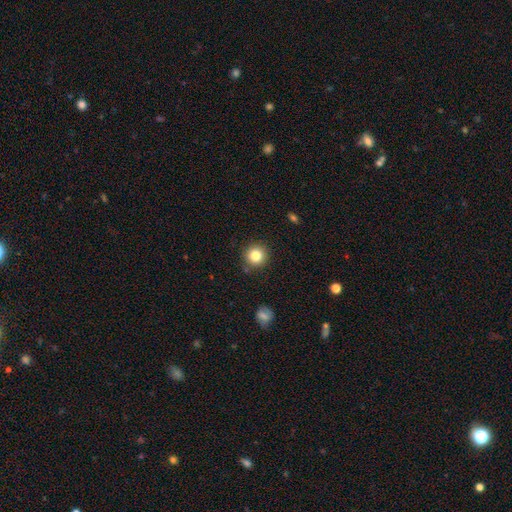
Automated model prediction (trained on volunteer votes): Smooth or featured?
  - smooth: 83% *
  - star or artifact: 11%
  - featured or disk: 6%
How rounded?
  - round: 94% *
  - in between: 5%
  - cigar-shaped: 1%
Merging?
  - none: 88% *
  - minor disturbance: 7%
  - major disturbance: 2%
  - merger: 2%